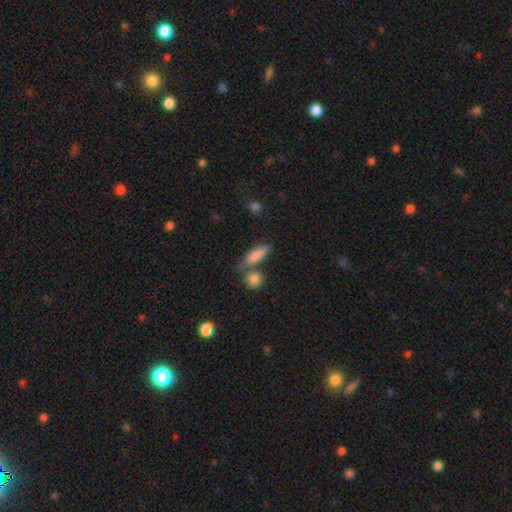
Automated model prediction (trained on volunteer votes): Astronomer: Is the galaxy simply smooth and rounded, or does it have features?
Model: smooth — 81%.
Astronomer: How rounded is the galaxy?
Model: in between — 51% (runner-up: cigar-shaped, 44%).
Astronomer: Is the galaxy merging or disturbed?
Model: none — 54%.